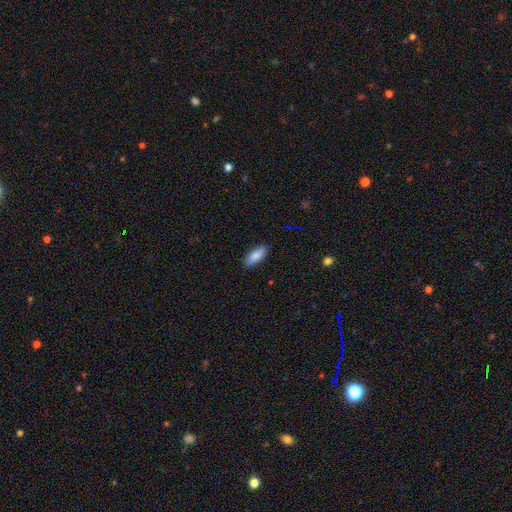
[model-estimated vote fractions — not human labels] smooth_or_featured: smooth (p=0.85) [alt: featured or disk p=0.08]
how_rounded: in between (p=0.75) [alt: cigar-shaped p=0.23]
merging: none (p=0.86) [alt: minor disturbance p=0.11]